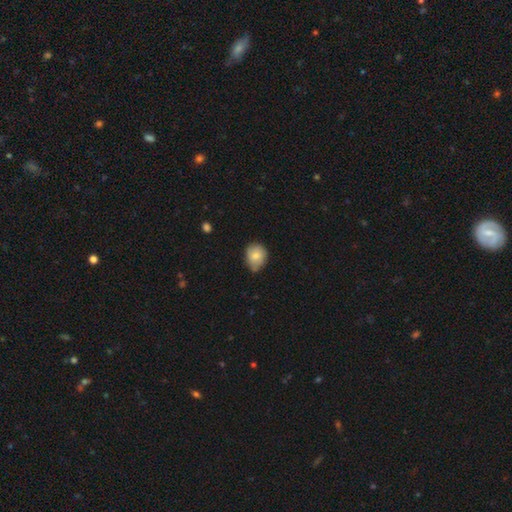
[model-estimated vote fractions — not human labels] Smooth or featured: smooth — 79% (featured or disk — 14%)
How rounded: round — 62% (in between — 37%)
Merging: none — 60% (minor disturbance — 33%)